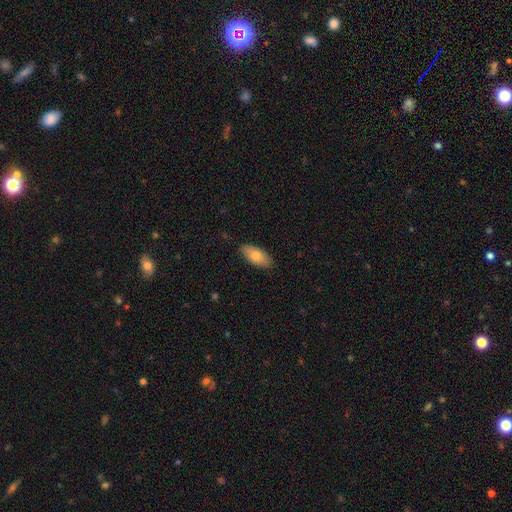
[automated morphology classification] Smooth or featured? smooth (73%)
How rounded? in between (89%)
Merging? none (85%)